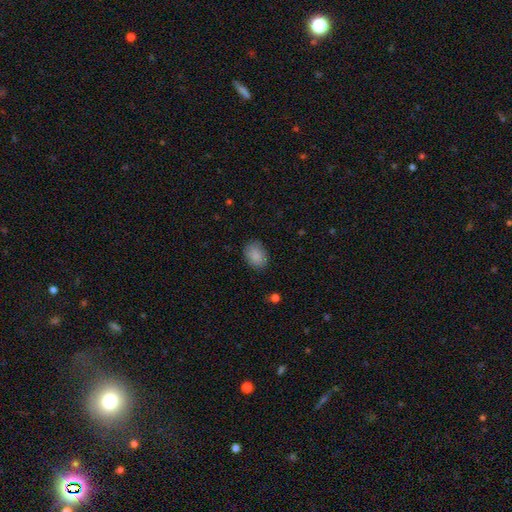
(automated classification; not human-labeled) Smooth or featured: smooth — 88% (star or artifact — 7%)
How rounded: in between — 81% (round — 18%)
Merging: none — 82% (minor disturbance — 14%)